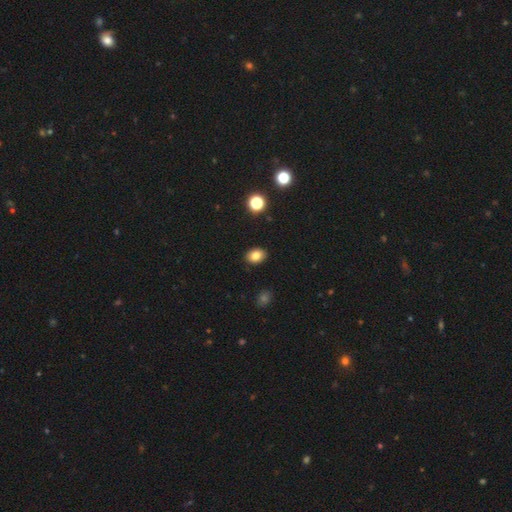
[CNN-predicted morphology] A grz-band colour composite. It shows a smooth galaxy with no disk features (82%) that is in between round and cigar-shaped (64%). Merging: none (90%).